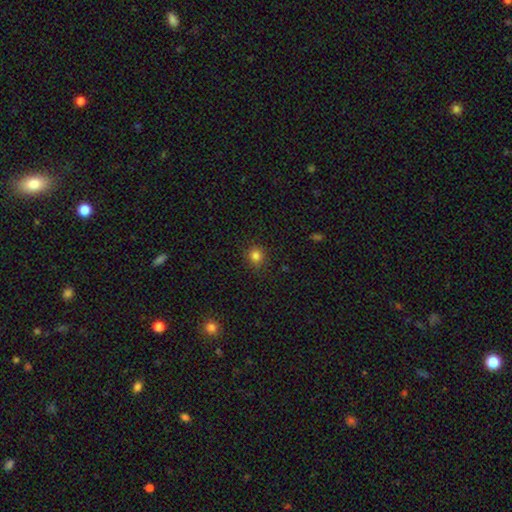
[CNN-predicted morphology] Smooth or featured? smooth (83%)
How rounded? round (90%)
Merging? none (88%)